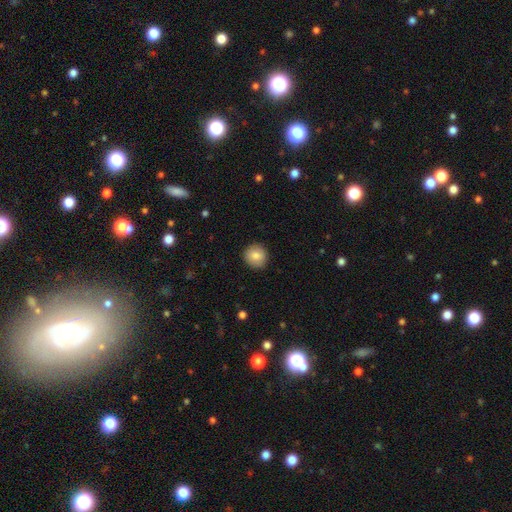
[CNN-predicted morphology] The model was most divided on "smooth or featured": smooth: 84%, star or artifact: 8%, featured or disk: 8%. More confident: merging — none (90%); how rounded — round (90%).